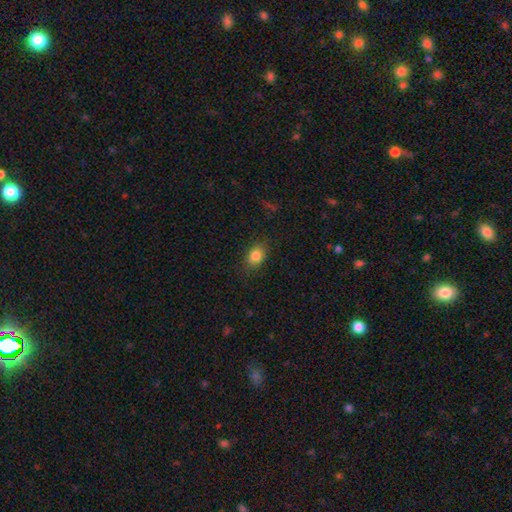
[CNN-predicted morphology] This appears to be a smooth galaxy with no disk features (83%) that is in between round and cigar-shaped (66%). Merging: none (83%).